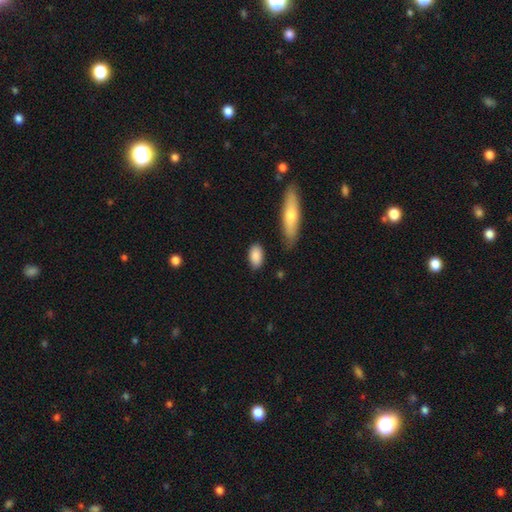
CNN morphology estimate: smooth_or_featured: smooth (p=0.86) [alt: featured or disk p=0.07]
how_rounded: in between (p=0.89) [alt: round p=0.06]
merging: none (p=0.81) [alt: minor disturbance p=0.13]